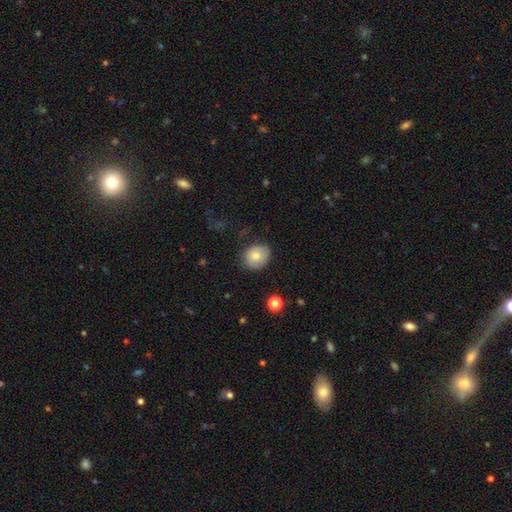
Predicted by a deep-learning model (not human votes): smooth_or_featured: smooth (p=0.77) [alt: featured or disk p=0.14]
how_rounded: round (p=0.66) [alt: in between p=0.33]
merging: none (p=0.73) [alt: minor disturbance p=0.20]